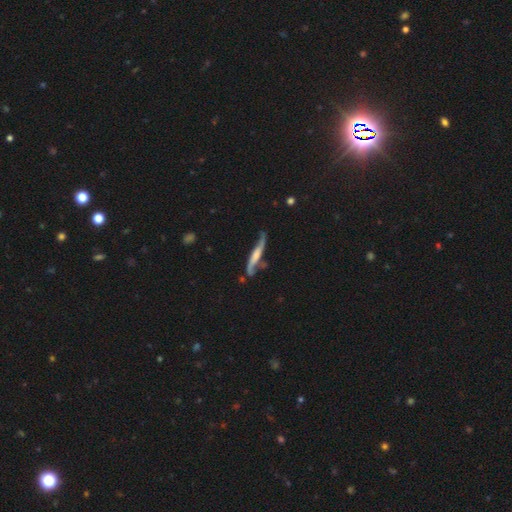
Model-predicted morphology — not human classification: Smooth or featured?
  - featured or disk: 71% *
  - smooth: 24%
  - star or artifact: 5%
Edge-on disk?
  - yes: 51% *
  - no: 49%
Merging?
  - none: 54% *
  - minor disturbance: 26%
  - major disturbance: 12%
  - merger: 9%